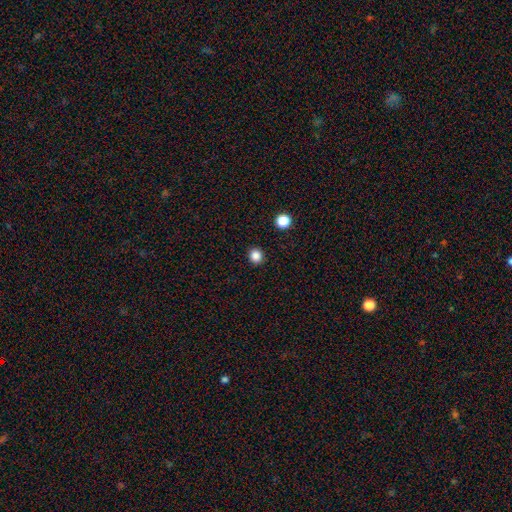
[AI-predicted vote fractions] Smooth or featured? smooth (85%)
How rounded? round (88%)
Merging? none (92%)